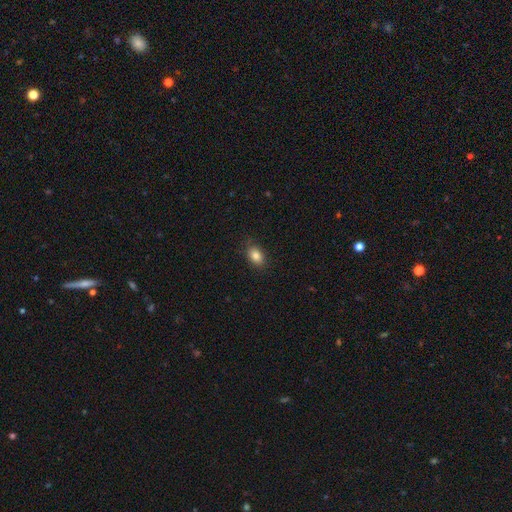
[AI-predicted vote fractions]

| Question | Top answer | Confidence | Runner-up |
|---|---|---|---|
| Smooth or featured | smooth | 85% | star or artifact (9%) |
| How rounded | in between | 81% | round (18%) |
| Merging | none | 85% | minor disturbance (12%) |